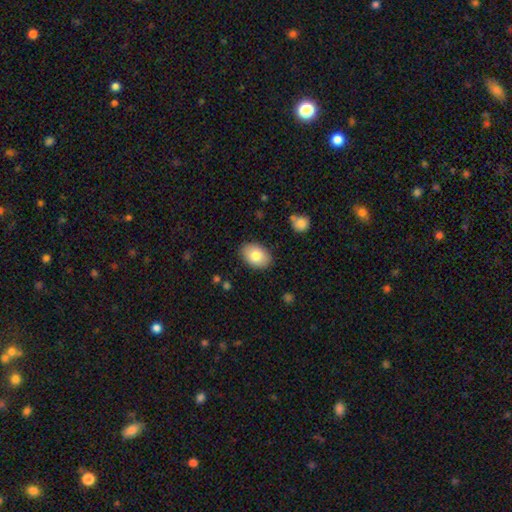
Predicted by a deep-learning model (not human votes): A smooth galaxy with no disk features (80%) that is in between round and cigar-shaped (82%).

Vote fractions:
- Smooth or featured? smooth: 80% / featured or disk: 13% / star or artifact: 7%
- How rounded? in between: 82% / round: 17% / cigar-shaped: 1%
- Merging? none: 87% / minor disturbance: 10% / major disturbance: 2% / merger: 1%